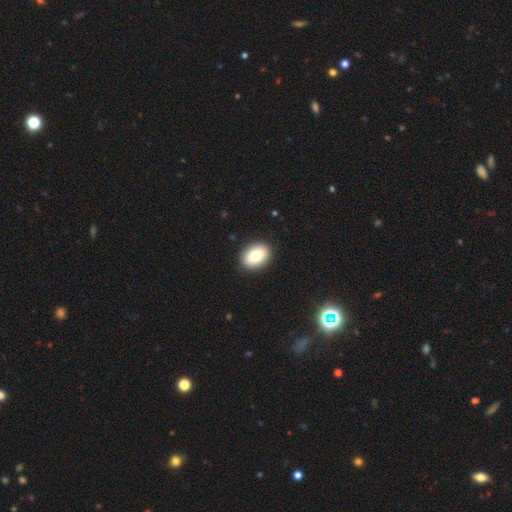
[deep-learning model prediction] A smooth galaxy with no disk features (81%) that is in between round and cigar-shaped (75%).

Vote fractions:
- Smooth or featured? smooth: 81% / featured or disk: 11% / star or artifact: 8%
- How rounded? in between: 75% / round: 24% / cigar-shaped: 1%
- Merging? none: 91% / minor disturbance: 6% / major disturbance: 2% / merger: 1%